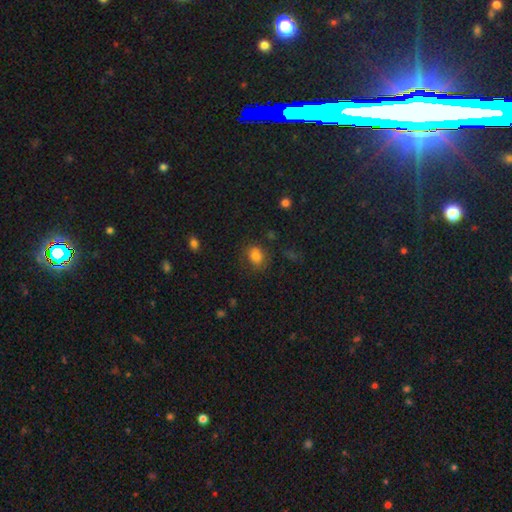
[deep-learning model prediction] A smooth galaxy with no disk features (77%) that is in between round and cigar-shaped (58%). Merging: none (70%).